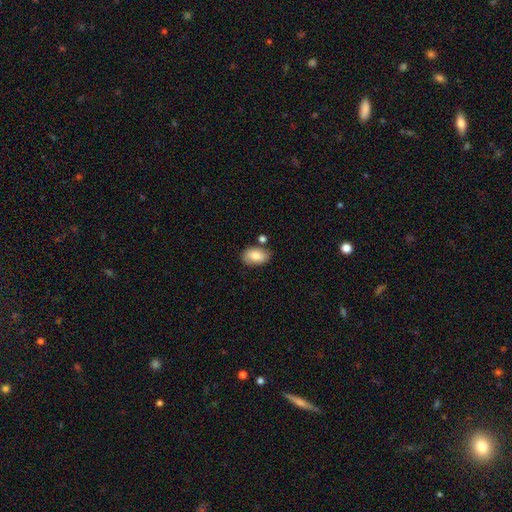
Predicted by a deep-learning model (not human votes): Morphology: type=smooth (83%); roundness=in between (91%); merging=none (73%).